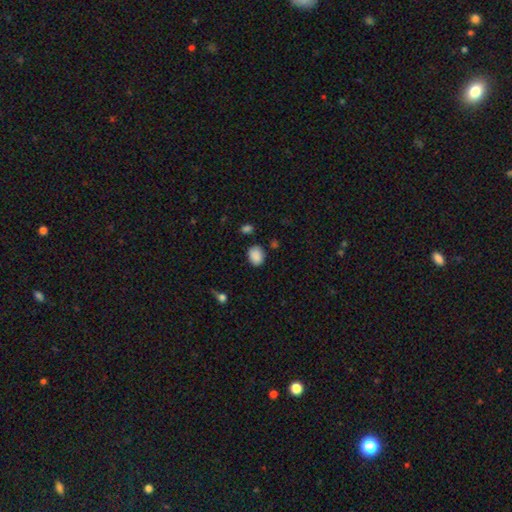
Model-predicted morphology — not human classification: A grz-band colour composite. It shows a smooth galaxy with no disk features (88%) that is in between round and cigar-shaped (59%). Merging: none (77%).